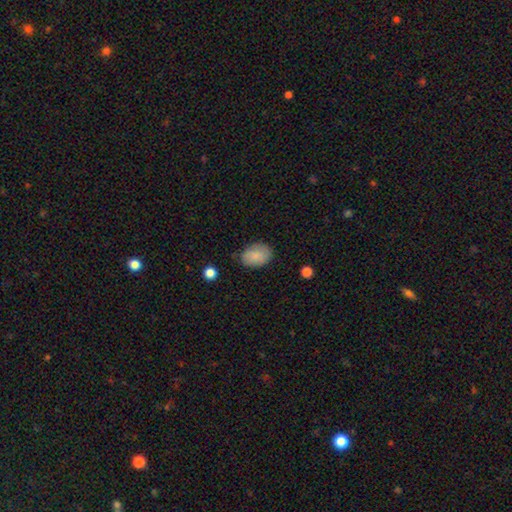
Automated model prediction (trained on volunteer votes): Overall: smooth (84%). How rounded: in between (82%). Merging: none (78%).